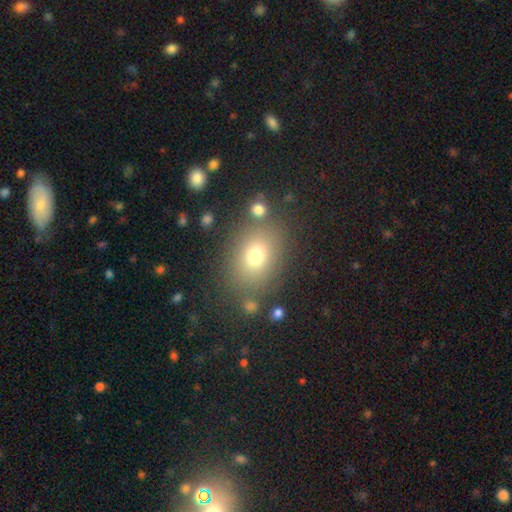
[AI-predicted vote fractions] The model was most divided on "how rounded": in between: 55%, round: 43%, cigar-shaped: 1%. More confident: merging — none (78%); smooth or featured — smooth (72%).